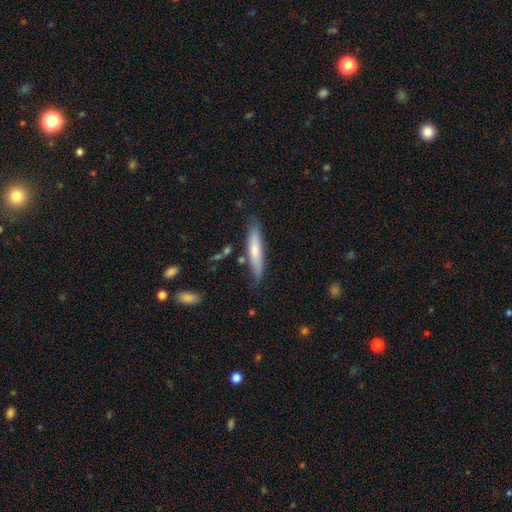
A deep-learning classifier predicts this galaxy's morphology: Smooth or featured? smooth (58%)
How rounded? cigar-shaped (89%)
Merging? none (81%)